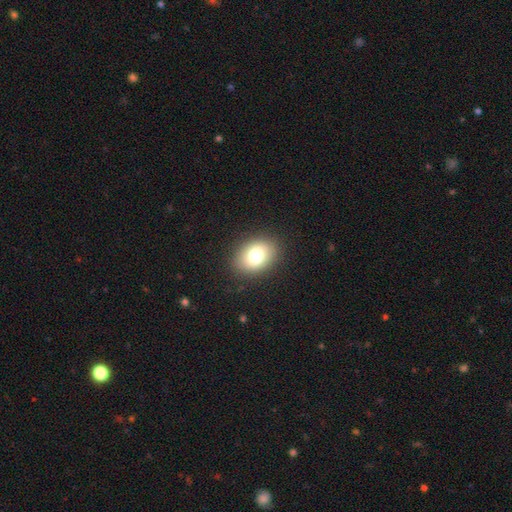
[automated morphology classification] The model was most divided on "how rounded": in between: 72%, round: 27%, cigar-shaped: 1%. More confident: merging — none (87%); smooth or featured — smooth (74%).